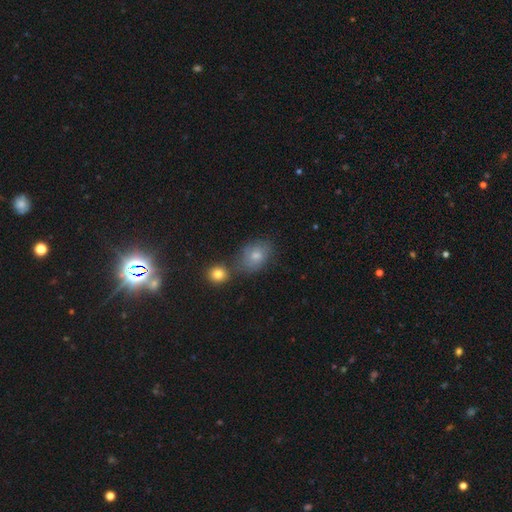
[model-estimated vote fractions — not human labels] Smooth or featured: smooth — 66% (featured or disk — 24%)
How rounded: in between — 62% (round — 36%)
Merging: none — 57% (minor disturbance — 21%)